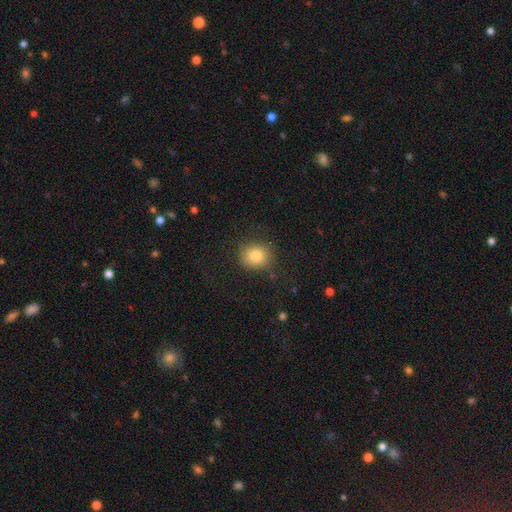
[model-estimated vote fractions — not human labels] This appears to be a smooth galaxy with no disk features (83%) that is round (66%). Merging: none (82%).